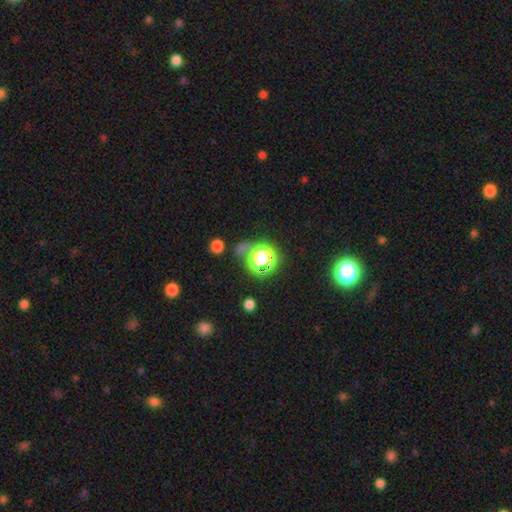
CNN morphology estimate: This appears to be a star or artifact, not a galaxy (72%).